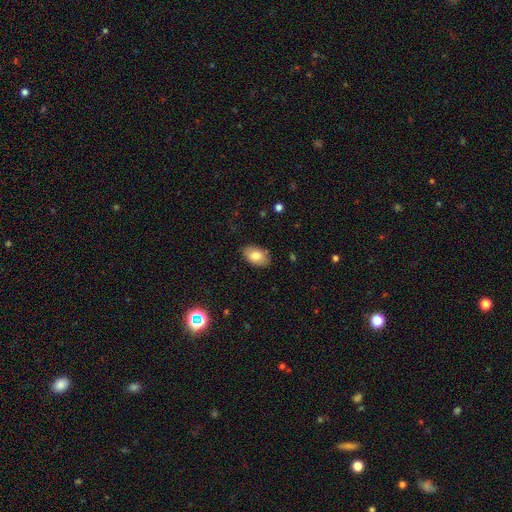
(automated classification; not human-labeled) This is clearly a smooth galaxy (81%). How rounded: clearly in between (90%). Merging: clearly none (84%).